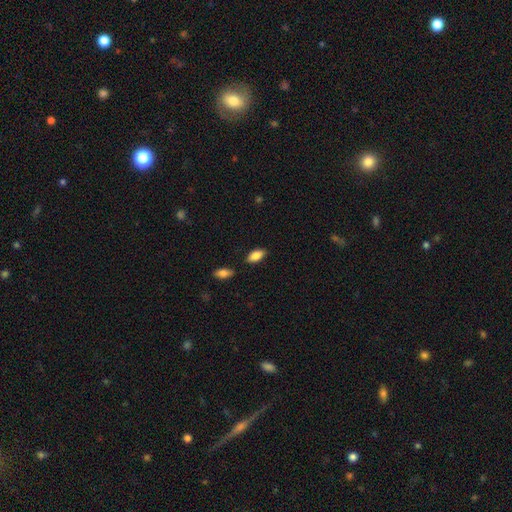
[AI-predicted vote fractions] smooth-or-featured: smooth: 85% | featured or disk: 9% | star or artifact: 7%
  how-rounded: in between: 90% | cigar-shaped: 8% | round: 2%
  merging: none: 81% | minor disturbance: 13% | merger: 4% | major disturbance: 3%